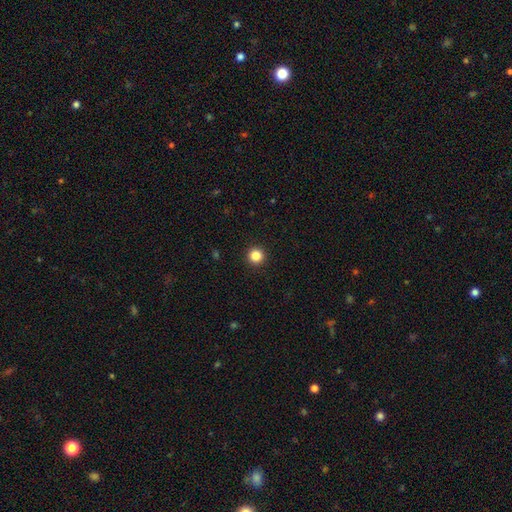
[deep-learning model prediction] Smooth or featured? Predicted: smooth (p=0.85). How rounded? Predicted: round (p=0.96). Merging? Predicted: none (p=0.94).